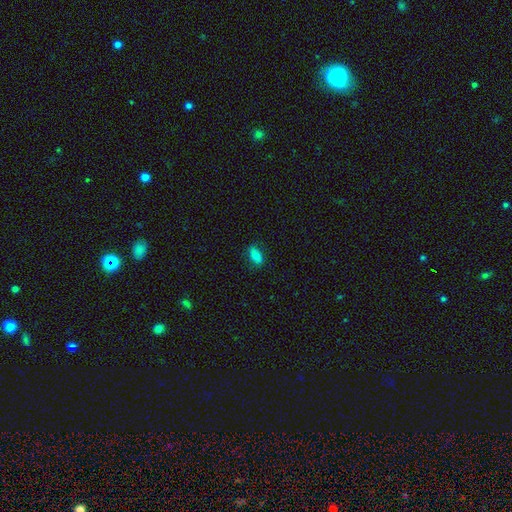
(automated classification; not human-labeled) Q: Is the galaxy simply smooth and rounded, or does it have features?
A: smooth — 75%.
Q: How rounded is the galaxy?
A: in between — 85%.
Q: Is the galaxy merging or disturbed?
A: none — 80%.